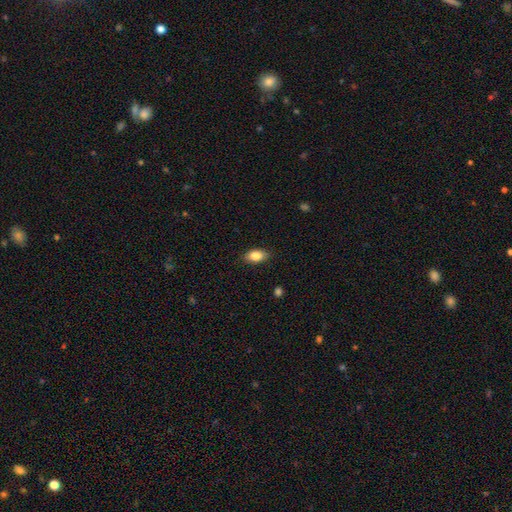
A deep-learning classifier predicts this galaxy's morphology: Smooth or featured?
  - smooth: 84% *
  - featured or disk: 8%
  - star or artifact: 7%
How rounded?
  - in between: 90% *
  - round: 7%
  - cigar-shaped: 4%
Merging?
  - none: 86% *
  - minor disturbance: 10%
  - major disturbance: 2%
  - merger: 1%